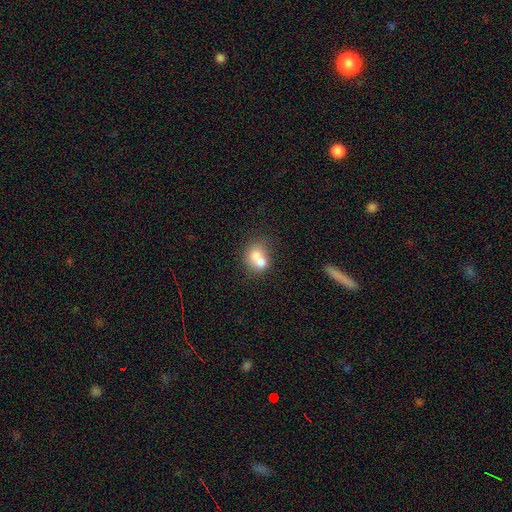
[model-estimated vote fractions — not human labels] smooth 69%, featured or disk 21%, star or artifact 10%. Down the decision tree: how rounded — round (53%); merging — merger (62%).